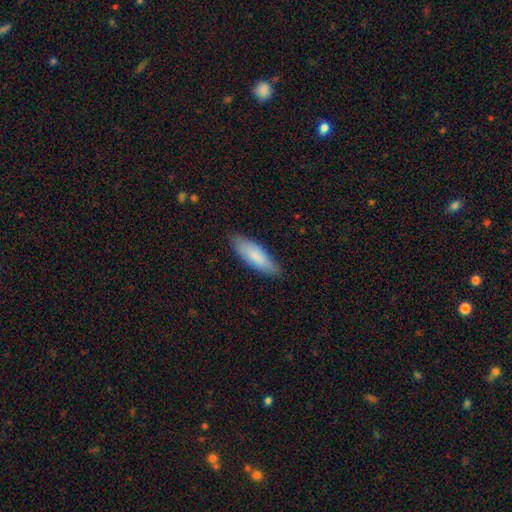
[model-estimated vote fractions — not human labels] A smooth galaxy with no disk features (82%) that is in between round and cigar-shaped (54%). Merging: none (82%).